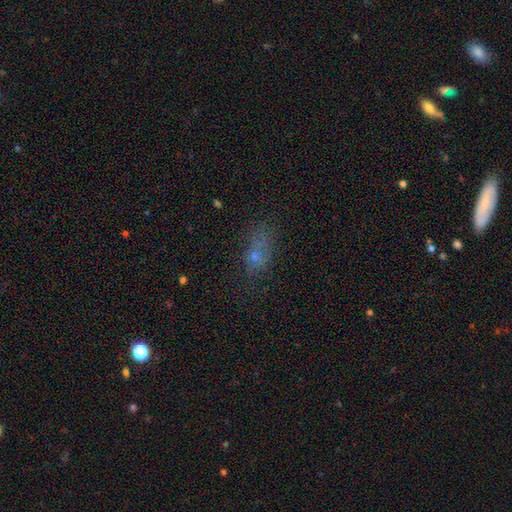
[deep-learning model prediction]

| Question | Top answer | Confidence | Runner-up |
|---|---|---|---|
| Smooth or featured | smooth | 55% | star or artifact (24%) |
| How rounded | in between | 73% | round (18%) |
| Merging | none | 46% | minor disturbance (26%) |